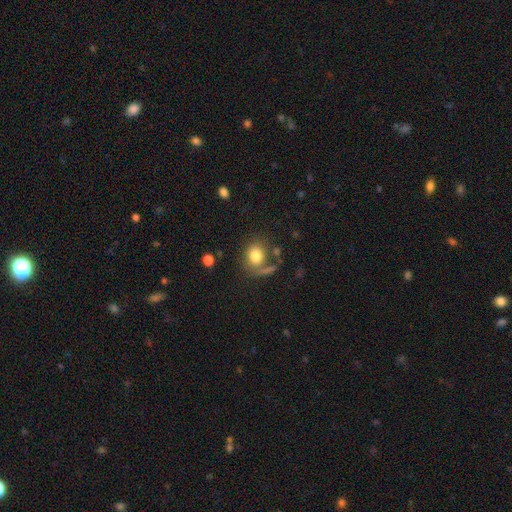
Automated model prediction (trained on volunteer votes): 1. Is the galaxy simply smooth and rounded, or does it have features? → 80% smooth, 10% featured or disk, 10% star or artifact.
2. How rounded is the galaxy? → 63% round, 36% in between, 1% cigar-shaped.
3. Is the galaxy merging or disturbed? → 61% none, 16% minor disturbance, 13% merger, 10% major disturbance.